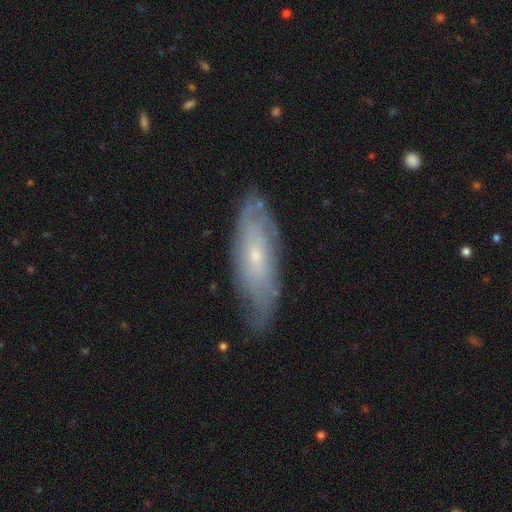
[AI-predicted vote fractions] smooth-or-featured: featured or disk: 68% | smooth: 26% | star or artifact: 7%
  disk-edge-on: no: 79% | yes: 21%
    bar: no: 77% | weak: 20% | strong: 4%
    has-spiral-arms: yes: 81% | no: 19%
    bulge-size: small: 77% | moderate: 19% | none: 2% | large: 1% | dominant: 1%
  merging: none: 75% | minor disturbance: 19% | major disturbance: 4% | merger: 1%